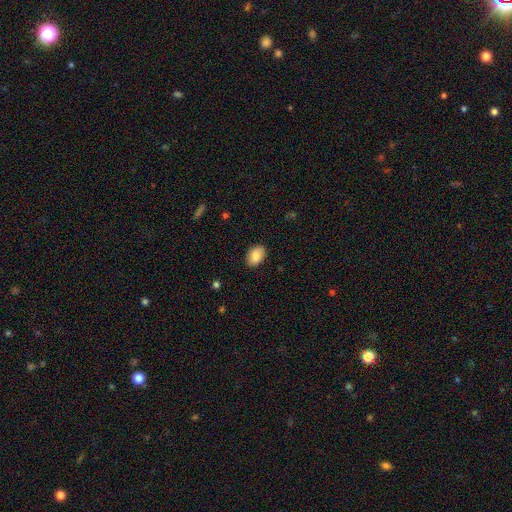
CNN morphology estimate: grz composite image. It shows a smooth galaxy with no disk features (86%) that is in between round and cigar-shaped (87%). Merging: none (88%).